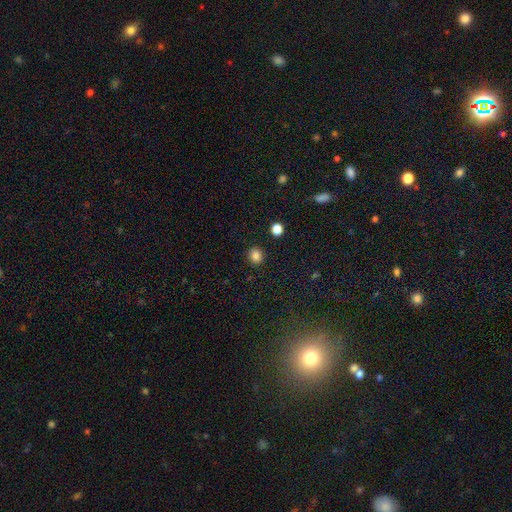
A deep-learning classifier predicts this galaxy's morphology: Smooth or featured: smooth — 85% (star or artifact — 11%)
How rounded: round — 70% (in between — 29%)
Merging: none — 89% (minor disturbance — 7%)